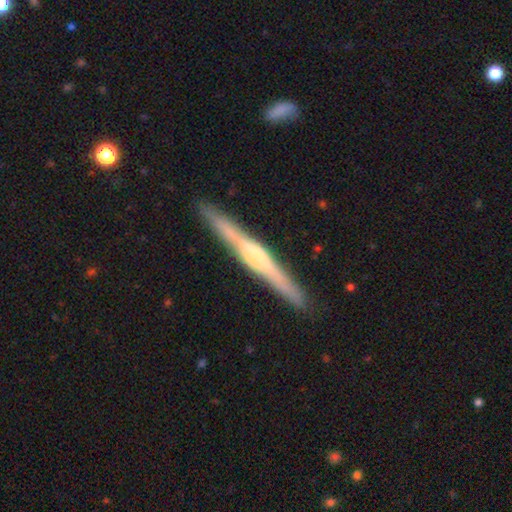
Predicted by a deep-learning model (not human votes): Morphology: type=featured or disk (74%); edge-on=yes (97%); edge-on bulge=rounded (55%); merging=none (90%).